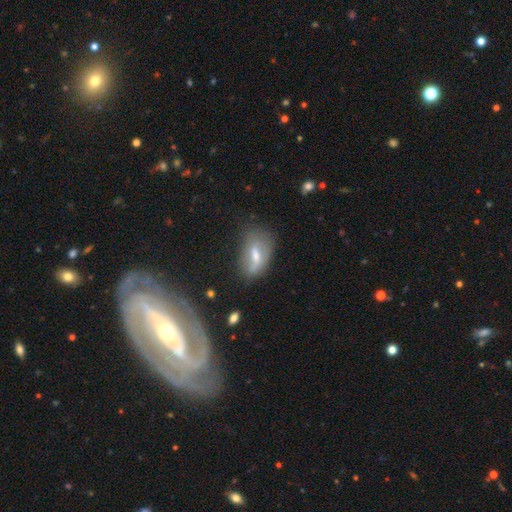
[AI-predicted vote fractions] Overall: smooth (50%; featured or disk 40%). Merging: none (54%; minor disturbance 28%).